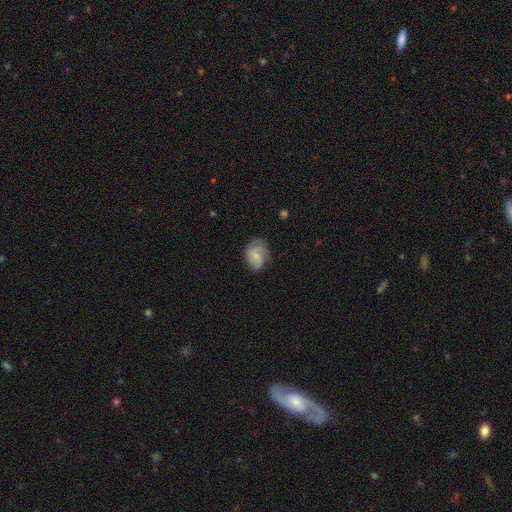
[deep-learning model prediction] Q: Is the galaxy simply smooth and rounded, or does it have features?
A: smooth — 51%.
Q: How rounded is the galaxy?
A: in between — 65%.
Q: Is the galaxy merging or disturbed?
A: none — 57%.